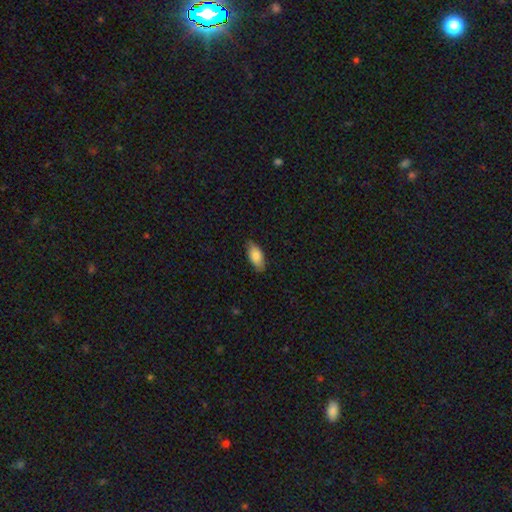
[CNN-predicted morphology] smooth_or_featured: smooth (p=0.83) [alt: featured or disk p=0.11]
how_rounded: in between (p=0.88) [alt: cigar-shaped p=0.10]
merging: none (p=0.83) [alt: minor disturbance p=0.14]